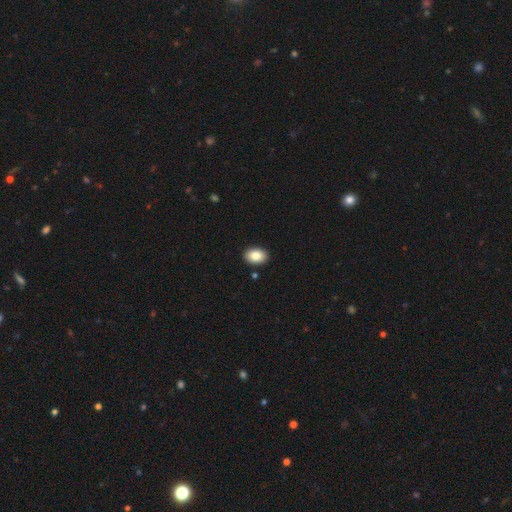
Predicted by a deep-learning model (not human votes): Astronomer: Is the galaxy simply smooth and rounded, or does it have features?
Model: smooth — 87%.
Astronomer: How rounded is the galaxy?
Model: in between — 85%.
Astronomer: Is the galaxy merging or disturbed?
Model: none — 90%.